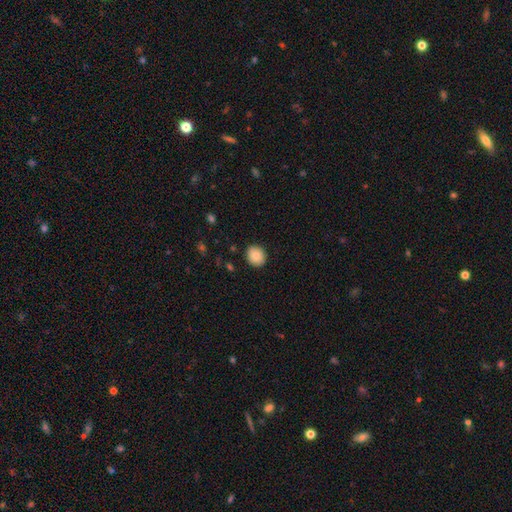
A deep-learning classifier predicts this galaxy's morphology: Smooth or featured? Predicted: smooth (p=0.86). How rounded? Predicted: round (p=0.77). Merging? Predicted: none (p=0.89).